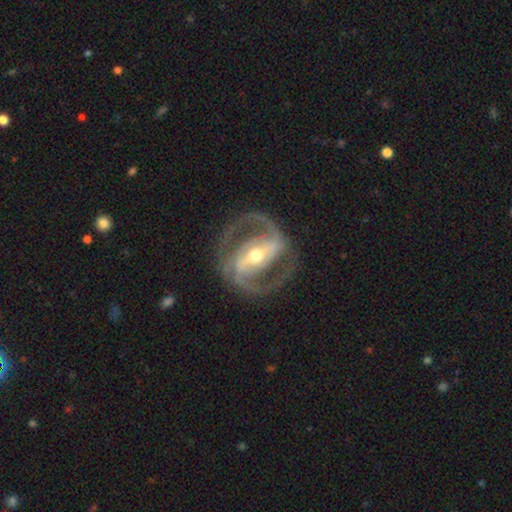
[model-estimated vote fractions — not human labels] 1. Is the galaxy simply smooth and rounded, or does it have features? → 91% featured or disk, 5% smooth, 4% star or artifact.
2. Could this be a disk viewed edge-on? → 96% no, 4% yes.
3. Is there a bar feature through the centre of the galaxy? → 69% strong, 22% weak, 9% no.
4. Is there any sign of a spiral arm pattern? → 95% yes, 5% no.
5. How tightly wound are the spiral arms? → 56% medium, 28% tight, 15% loose.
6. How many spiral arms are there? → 91% 2, 3% can't tell, 2% 3, 2% 1, 1% 4, 1% more than 4.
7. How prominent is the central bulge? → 59% moderate, 35% small, 4% large, 1% dominant, 1% none.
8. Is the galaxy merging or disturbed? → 80% none, 11% minor disturbance, 8% major disturbance, 1% merger.